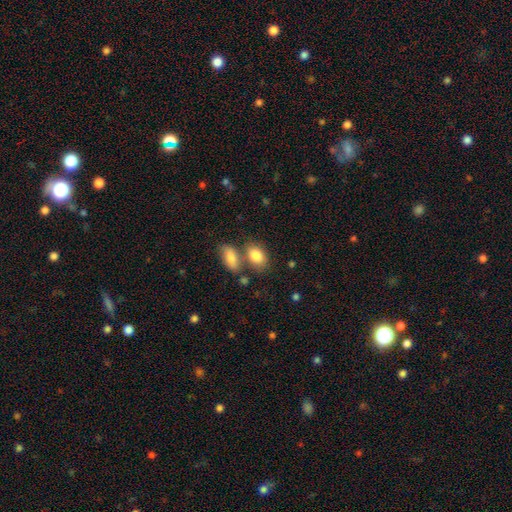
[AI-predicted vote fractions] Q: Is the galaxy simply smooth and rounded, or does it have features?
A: smooth — 83%.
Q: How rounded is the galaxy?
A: in between — 84%.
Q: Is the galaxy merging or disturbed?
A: none — 51%.